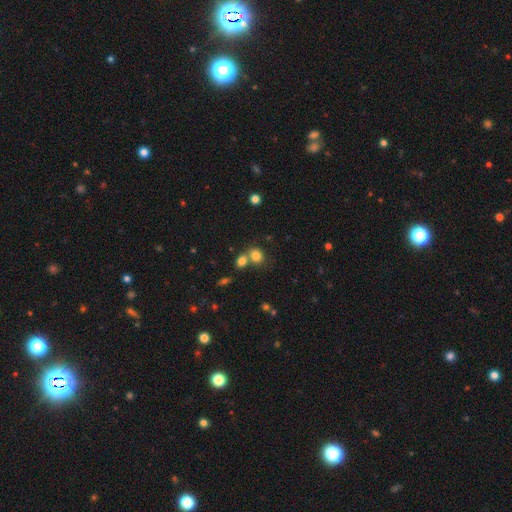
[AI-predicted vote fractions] smooth_or_featured: smooth (p=0.80) [alt: star or artifact p=0.13]
how_rounded: round (p=0.64) [alt: in between p=0.34]
merging: none (p=0.49) [alt: merger p=0.38]